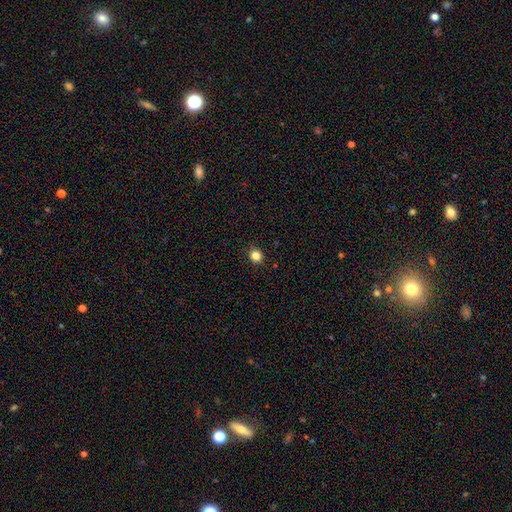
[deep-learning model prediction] A smooth galaxy with no disk features (83%) that is round (81%).

Vote fractions:
- Smooth or featured? smooth: 83% / star or artifact: 12% / featured or disk: 4%
- How rounded? round: 81% / in between: 18% / cigar-shaped: 1%
- Merging? none: 90% / minor disturbance: 8% / major disturbance: 2% / merger: 1%